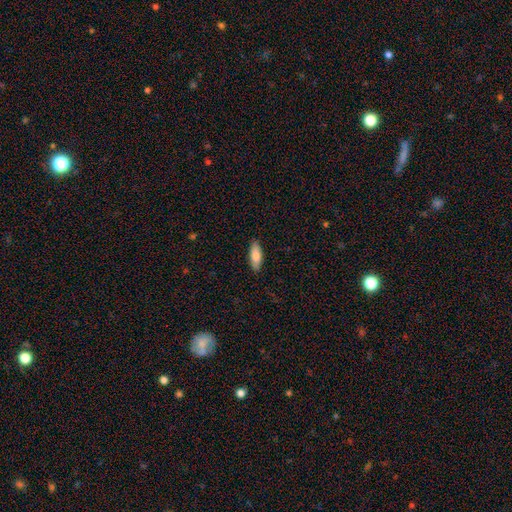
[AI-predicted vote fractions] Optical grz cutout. It shows a smooth galaxy with no disk features (82%) that is in between round and cigar-shaped (69%). Merging: none (88%).